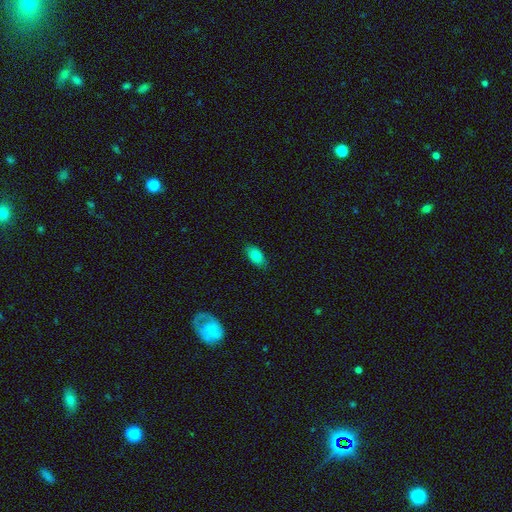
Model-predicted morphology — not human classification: smooth 82%, featured or disk 9%, star or artifact 8%. Down the decision tree: how rounded — in between (91%); merging — none (85%).